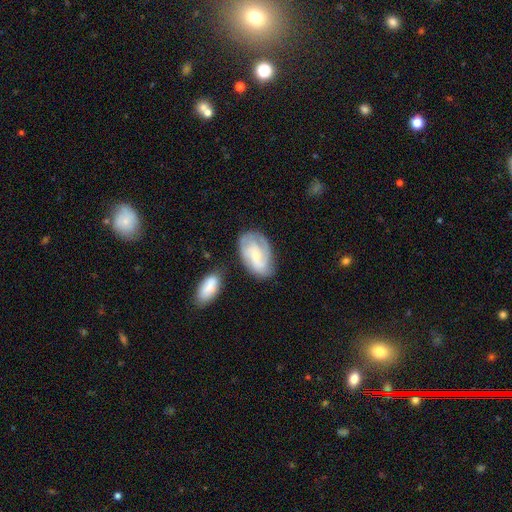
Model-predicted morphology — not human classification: A featured or disk galaxy (68%) with no bar (56%), 3 (31%) medium (42%, tied with tight) spiral arms (91%) and a small central bulge (62%).

Vote fractions:
- Smooth or featured? featured or disk: 68% / smooth: 26% / star or artifact: 6%
- Edge-on disk? no: 96% / yes: 4%
- Bar? no: 56% / weak: 37% / strong: 7%
- Spiral arms? yes: 91% / no: 9%
- Spiral winding? medium: 42% (tied) / tight: 42% (tied) / loose: 15%
- Spiral arm count? 3: 31% / 2: 29% / can't tell: 24% / 4: 7% / 1: 4% / more than 4: 3%
- Bulge size? small: 62% / moderate: 31% / none: 3% / large: 2% / dominant: 1%
- Merging? none: 65% / minor disturbance: 21% / merger: 8% / major disturbance: 7%